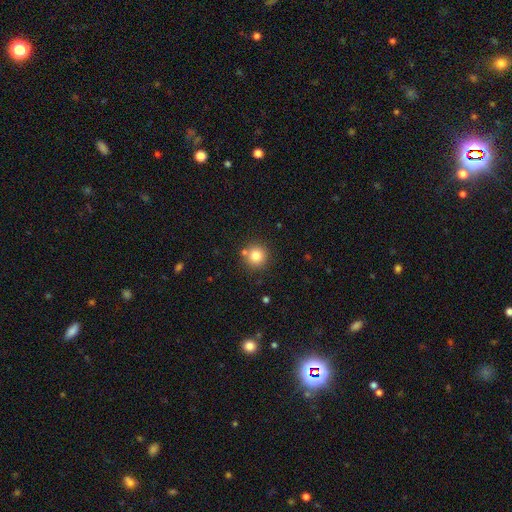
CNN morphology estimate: smooth 81%, star or artifact 11%, featured or disk 8%. Down the decision tree: how rounded — round (94%); merging — none (79%).